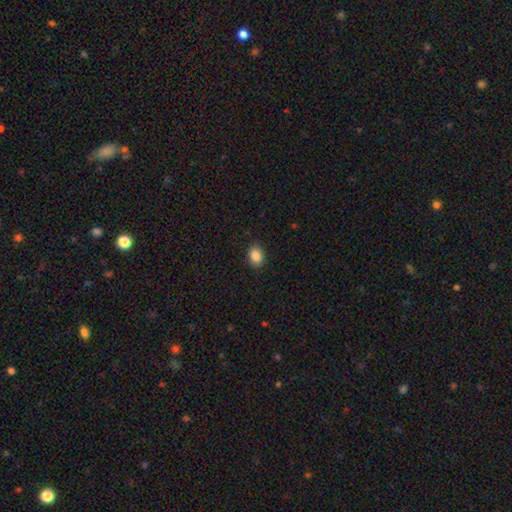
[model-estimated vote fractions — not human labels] Smooth or featured: smooth — 87% (star or artifact — 9%)
How rounded: in between — 69% (round — 30%)
Merging: none — 88% (minor disturbance — 9%)